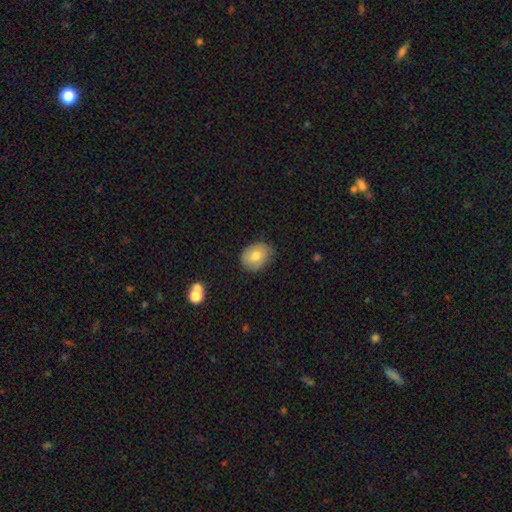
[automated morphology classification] Q: Smooth or featured?
A: smooth (77%); runner-up: featured or disk (15%)
Q: How rounded?
A: in between (57%); runner-up: round (42%)
Q: Merging?
A: none (76%); runner-up: minor disturbance (20%)